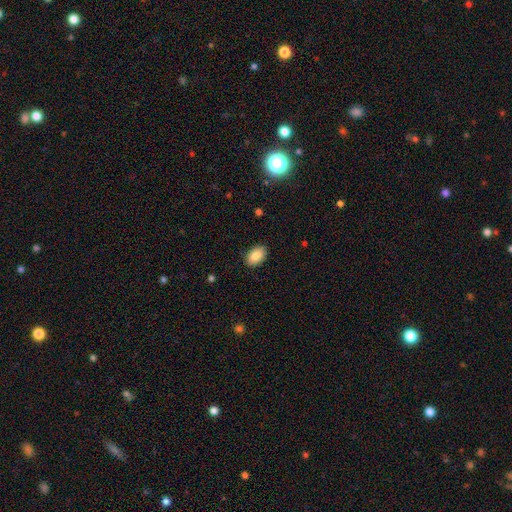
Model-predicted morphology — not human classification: Smooth or featured: smooth — 86% (featured or disk — 7%)
How rounded: in between — 90% (round — 8%)
Merging: none — 88% (minor disturbance — 9%)